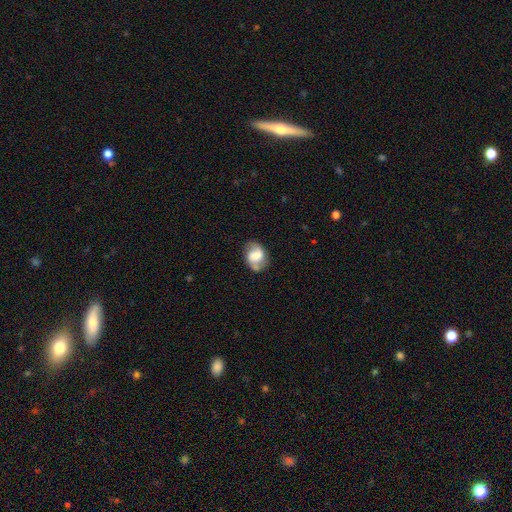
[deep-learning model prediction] This is possibly a featured or disk galaxy (55%). It is clearly not viewed edge-on (97%). Bar: marginally weak (42%). Spiral arm pattern: clearly yes (83%). Central bulge: marginally large (34%). Merging: likely none (65%).